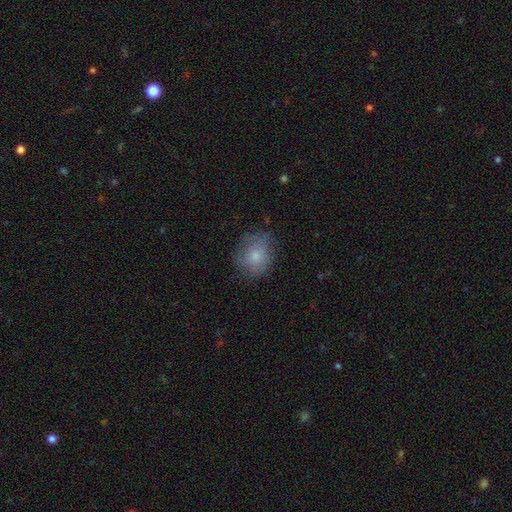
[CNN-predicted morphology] Overall: smooth (73%). How rounded: round (71%). Merging: none (68%).